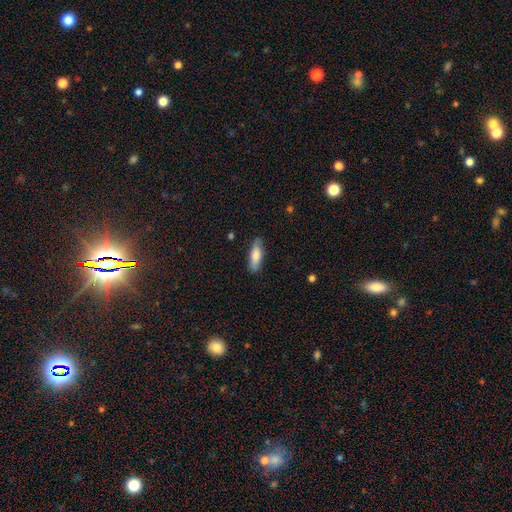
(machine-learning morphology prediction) Smooth or featured: smooth — 77% (featured or disk — 17%)
How rounded: in between — 52% (cigar-shaped — 46%)
Merging: none — 84% (minor disturbance — 12%)